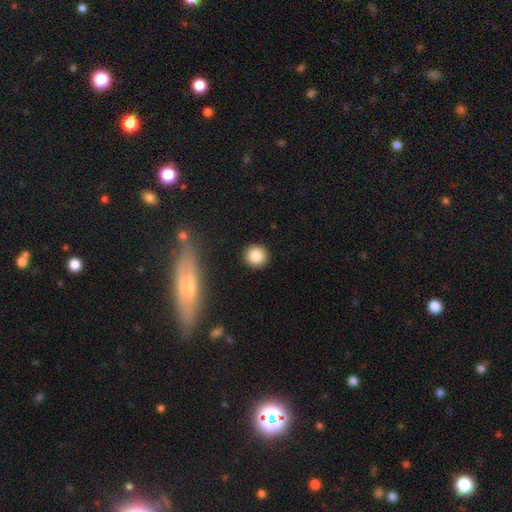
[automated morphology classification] smooth-or-featured: smooth: 85% | star or artifact: 9% | featured or disk: 6%
  how-rounded: round: 93% | in between: 6% | cigar-shaped: 1%
  merging: none: 91% | minor disturbance: 5% | major disturbance: 2% | merger: 2%